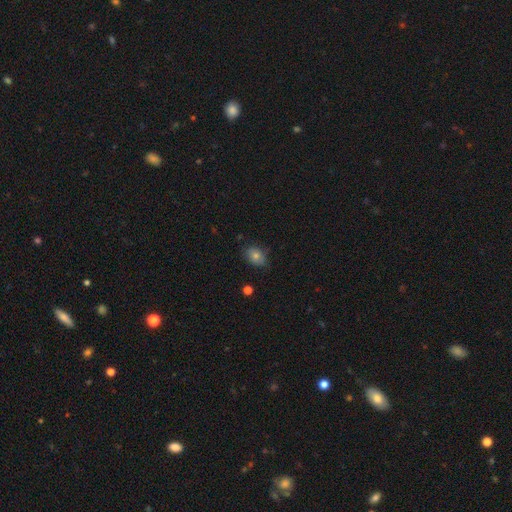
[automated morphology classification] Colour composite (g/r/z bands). It shows a smooth galaxy with no disk features (75%) that is in between round and cigar-shaped (72%). Merging: none (75%).